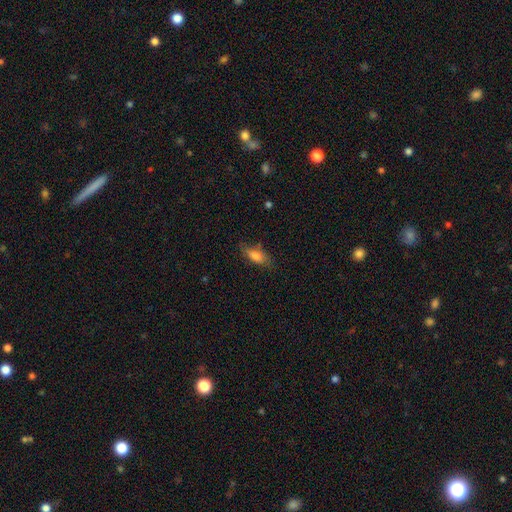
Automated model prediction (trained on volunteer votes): smooth_or_featured: smooth (p=0.76) [alt: featured or disk p=0.16]
how_rounded: in between (p=0.72) [alt: cigar-shaped p=0.25]
merging: none (p=0.71) [alt: minor disturbance p=0.21]